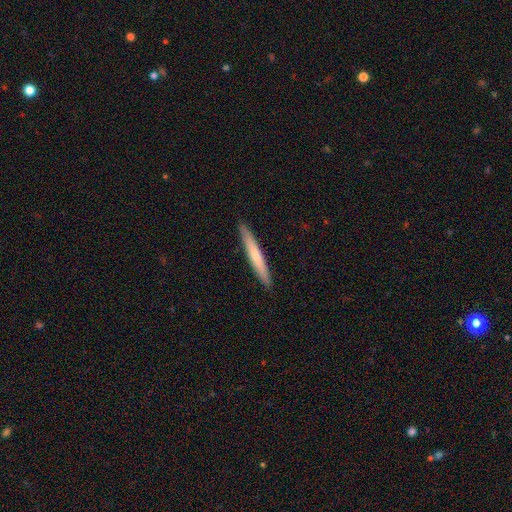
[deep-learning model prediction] A smooth galaxy with no disk features (59%) that is cigar-shaped (96%).

Vote fractions:
- Smooth or featured? smooth: 59% / featured or disk: 36% / star or artifact: 5%
- How rounded? cigar-shaped: 96% / in between: 3% / round: 1%
- Merging? none: 92% / minor disturbance: 6% / major disturbance: 1% / merger: 1%